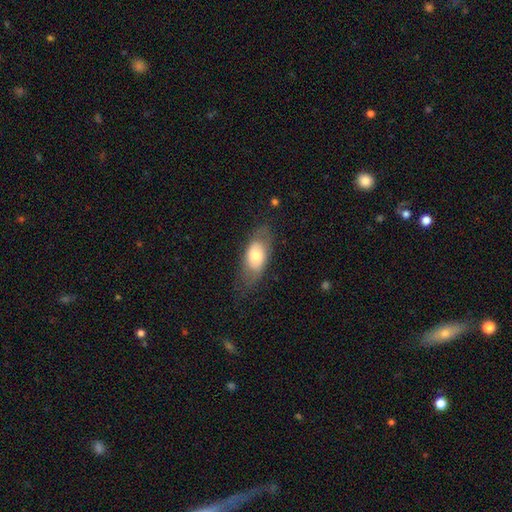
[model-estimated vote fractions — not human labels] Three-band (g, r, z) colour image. It shows a smooth galaxy with no disk features (63%) that is in between round and cigar-shaped (86%). Merging: none (66%).